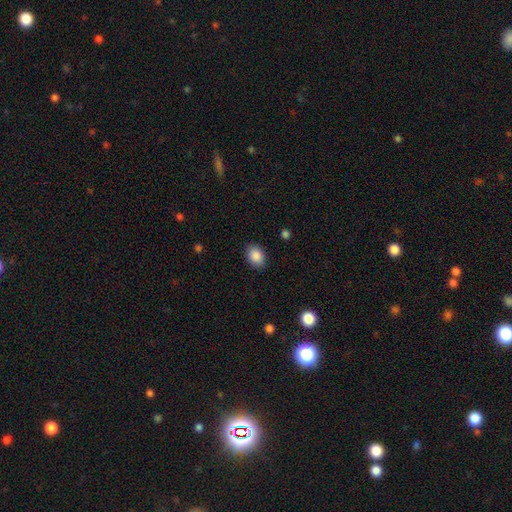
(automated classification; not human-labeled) Smooth or featured?
  - smooth: 88% *
  - star or artifact: 8%
  - featured or disk: 4%
How rounded?
  - in between: 76% *
  - round: 23%
  - cigar-shaped: 1%
Merging?
  - none: 88% *
  - minor disturbance: 9%
  - major disturbance: 2%
  - merger: 1%